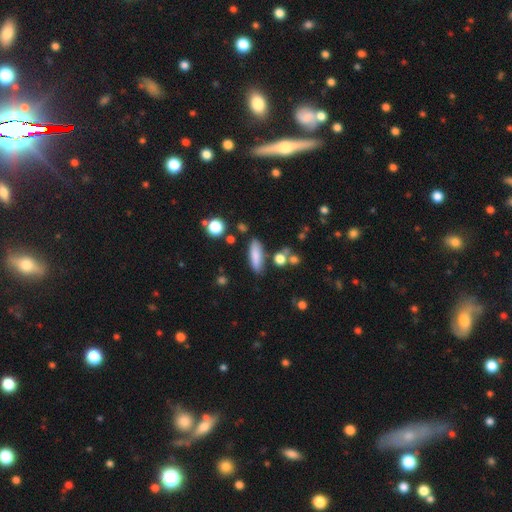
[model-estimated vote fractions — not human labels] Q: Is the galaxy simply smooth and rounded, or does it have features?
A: smooth — 80%.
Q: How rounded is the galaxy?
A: cigar-shaped — 51%.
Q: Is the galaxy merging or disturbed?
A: none — 79%.